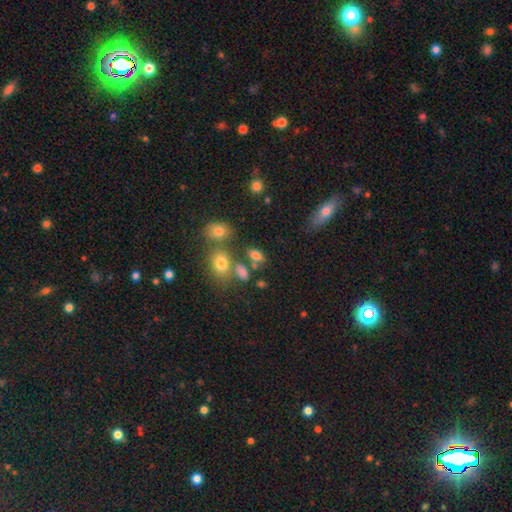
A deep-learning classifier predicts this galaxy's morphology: type=smooth (75%); roundness=in between (82%); merging=none (59%).